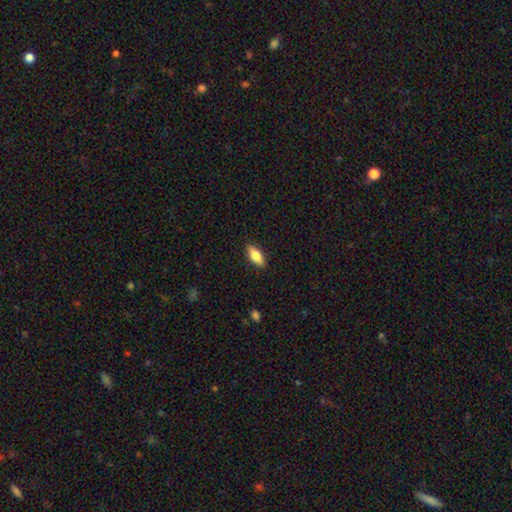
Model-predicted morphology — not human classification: type=smooth (77%); roundness=in between (80%); merging=none (89%).